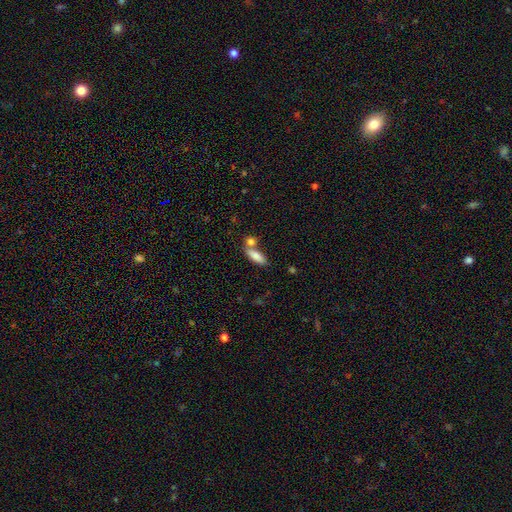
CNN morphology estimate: smooth 81%, featured or disk 13%, star or artifact 7%. Down the decision tree: how rounded — in between (65%); merging — none (53%).